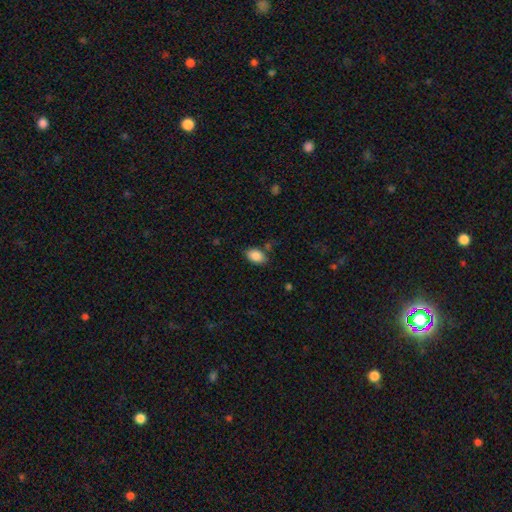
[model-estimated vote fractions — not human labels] The model was most divided on "merging": none: 78%, minor disturbance: 14%, merger: 4%, major disturbance: 4%. More confident: smooth or featured — smooth (87%); how rounded — in between (87%).